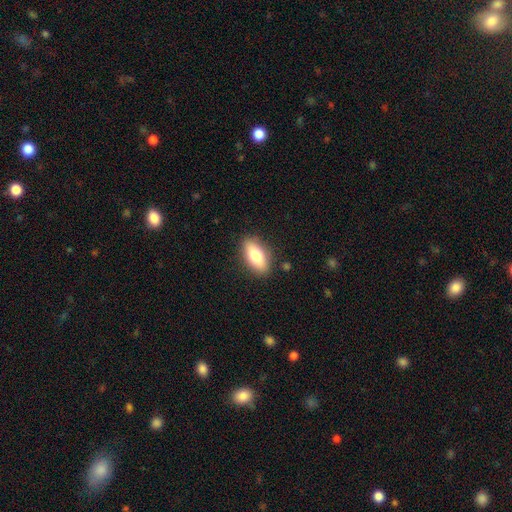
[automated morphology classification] smooth-or-featured: smooth: 74% | featured or disk: 19% | star or artifact: 7%
  how-rounded: in between: 84% | cigar-shaped: 12% | round: 4%
  merging: none: 87% | minor disturbance: 10% | major disturbance: 3% | merger: 1%